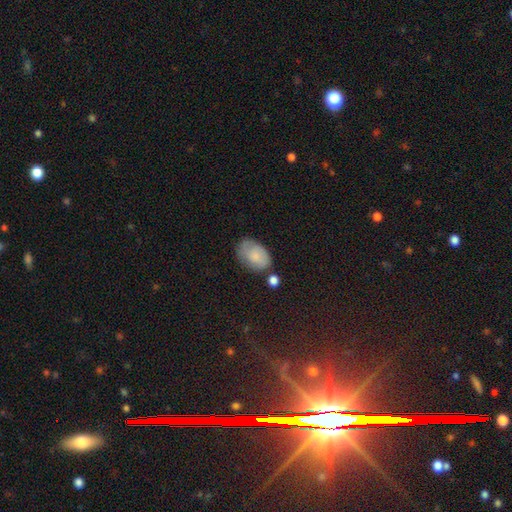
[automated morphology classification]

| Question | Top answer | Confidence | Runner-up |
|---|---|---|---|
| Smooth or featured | smooth | 75% | featured or disk (17%) |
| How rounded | in between | 88% | round (11%) |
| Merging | none | 55% | minor disturbance (29%) |